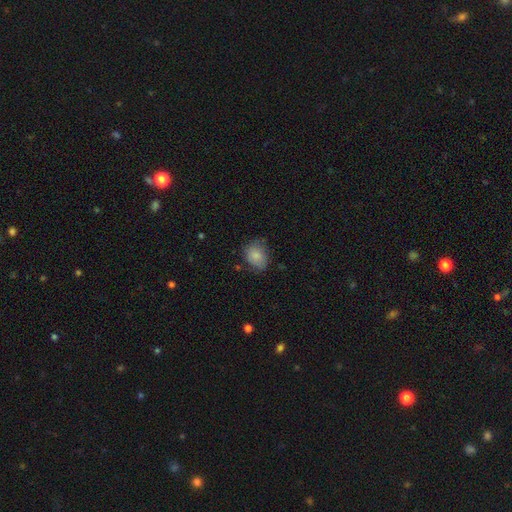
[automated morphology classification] Smooth or featured? smooth (83%)
How rounded? in between (51%)
Merging? none (68%)